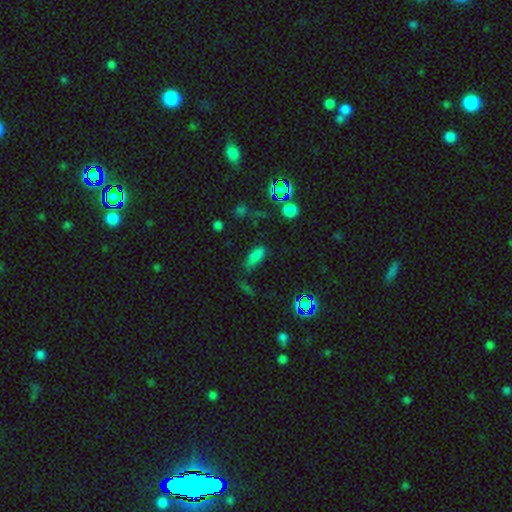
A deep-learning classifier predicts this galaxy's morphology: type=smooth (73%); roundness=in between (73%); merging=none (61%).